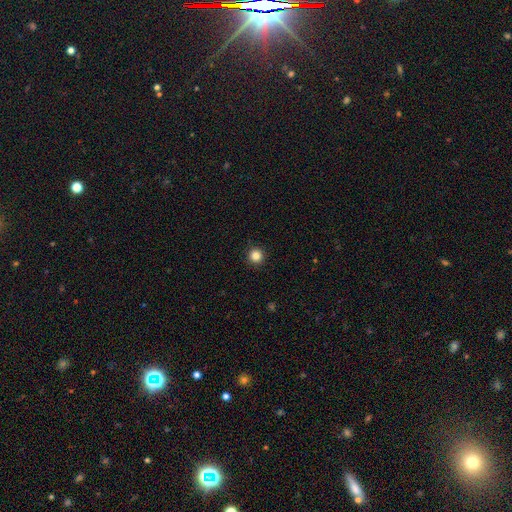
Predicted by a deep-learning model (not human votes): A smooth galaxy with no disk features (84%) that is round (96%).

Vote fractions:
- Smooth or featured? smooth: 84% / star or artifact: 12% / featured or disk: 4%
- How rounded? round: 96% / in between: 3% / cigar-shaped: 1%
- Merging? none: 92% / minor disturbance: 5% / major disturbance: 2% / merger: 1%